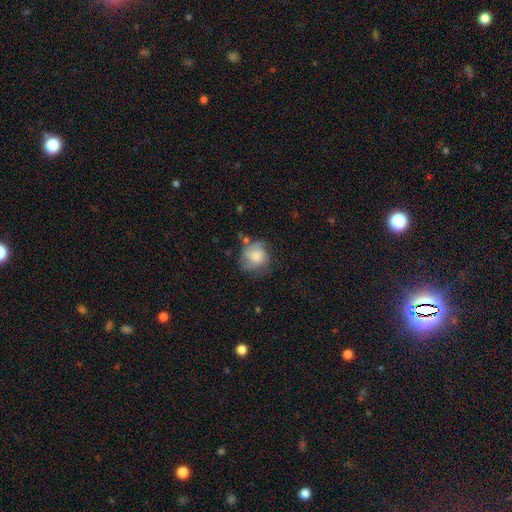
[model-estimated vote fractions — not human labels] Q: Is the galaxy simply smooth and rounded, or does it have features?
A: smooth — 64%.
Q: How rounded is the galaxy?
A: round — 73%.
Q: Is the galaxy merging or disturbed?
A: none — 46%.